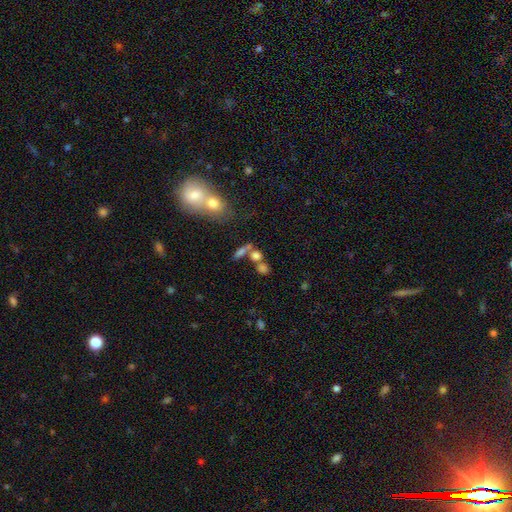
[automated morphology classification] smooth-or-featured: smooth: 71% | star or artifact: 15% | featured or disk: 14%
  how-rounded: round: 54% | in between: 39% | cigar-shaped: 7%
  merging: merger: 43% | none: 40% | minor disturbance: 10% | major disturbance: 7%